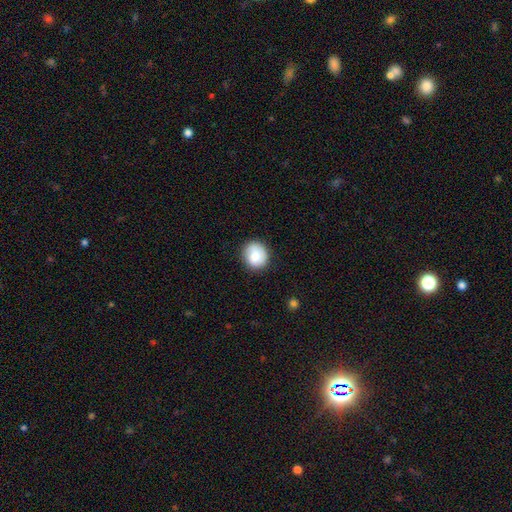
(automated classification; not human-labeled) The model was most divided on "smooth or featured": smooth: 80%, featured or disk: 13%, star or artifact: 8%. More confident: how rounded — round (84%); merging — none (81%).